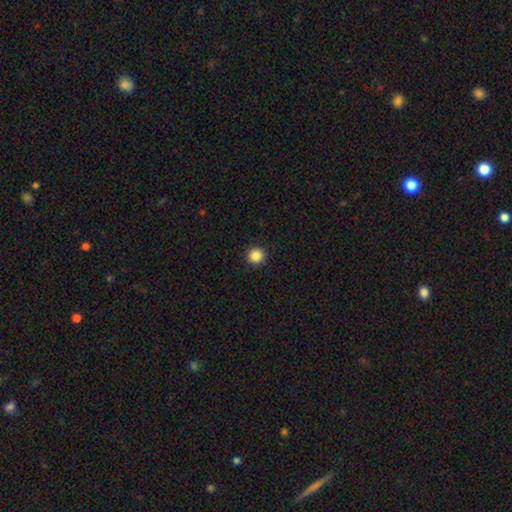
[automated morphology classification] The model was most divided on "smooth or featured": smooth: 86%, star or artifact: 10%, featured or disk: 3%. More confident: how rounded — round (95%); merging — none (93%).